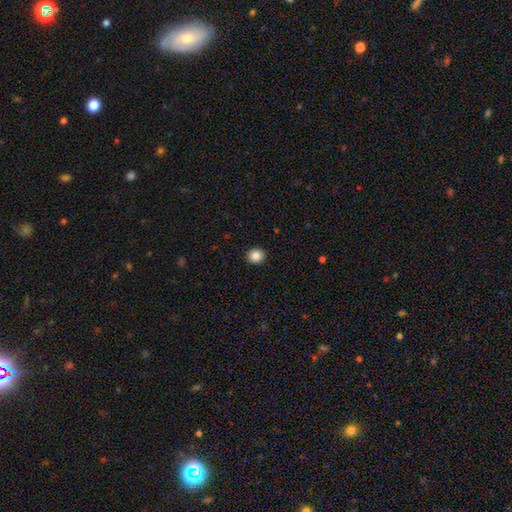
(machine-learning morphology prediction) The model was most divided on "how rounded": round: 84%, in between: 16%, cigar-shaped: 1%. More confident: merging — none (93%); smooth or featured — smooth (85%).